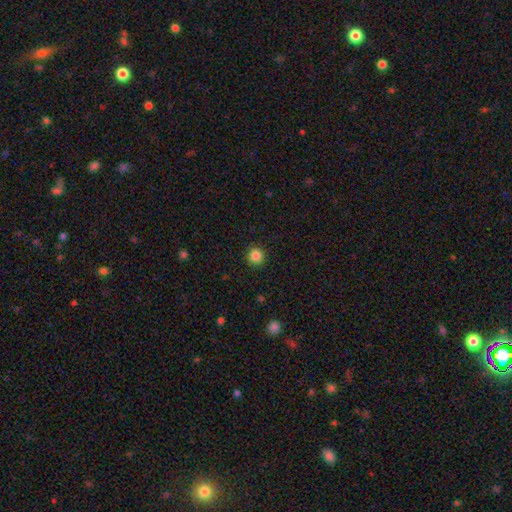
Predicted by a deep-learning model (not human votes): Smooth or featured: smooth — 85% (star or artifact — 11%)
How rounded: round — 93% (in between — 6%)
Merging: none — 92% (minor disturbance — 5%)